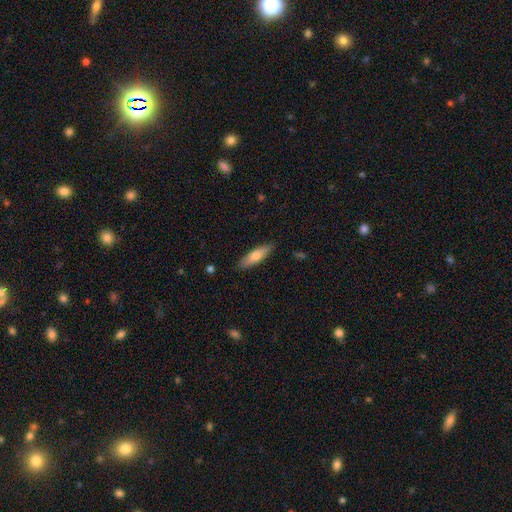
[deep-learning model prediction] Q: Smooth or featured?
A: smooth (69%); runner-up: featured or disk (25%)
Q: How rounded?
A: cigar-shaped (56%); runner-up: in between (42%)
Q: Merging?
A: none (88%); runner-up: minor disturbance (9%)